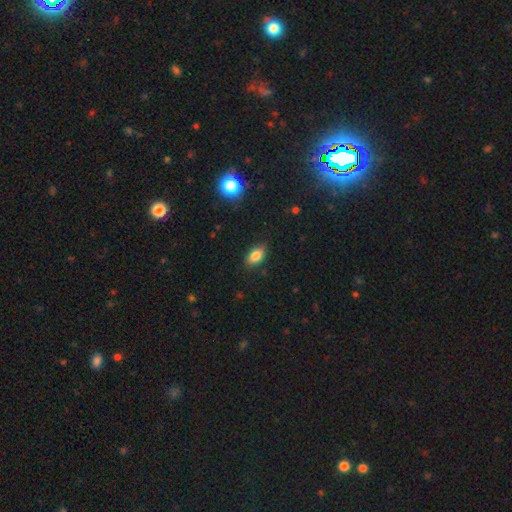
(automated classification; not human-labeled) Smooth or featured?
  - smooth: 83% *
  - star or artifact: 9%
  - featured or disk: 8%
How rounded?
  - in between: 90% *
  - round: 8%
  - cigar-shaped: 3%
Merging?
  - none: 84% *
  - minor disturbance: 13%
  - major disturbance: 3%
  - merger: 1%